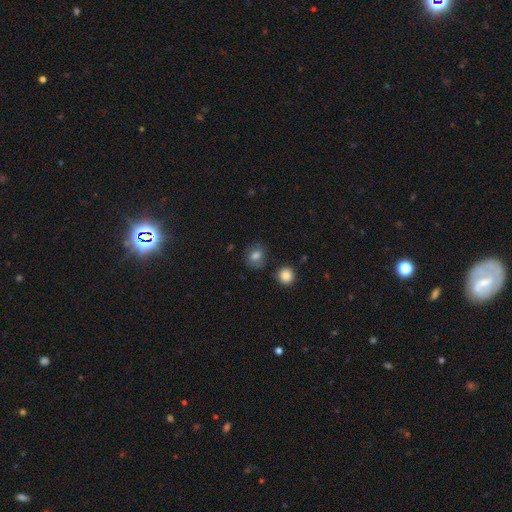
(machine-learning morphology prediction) Smooth or featured? smooth (76%)
How rounded? round (57%)
Merging? none (71%)